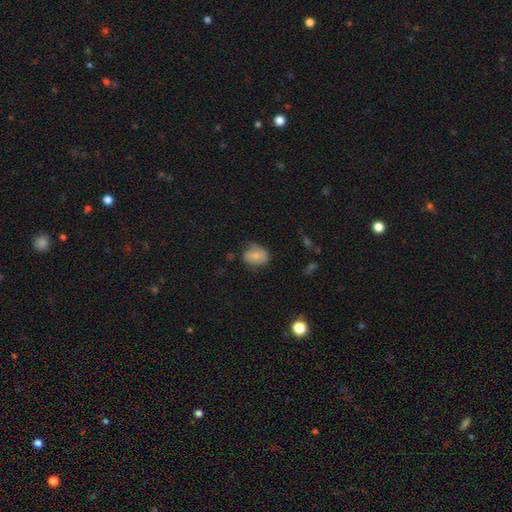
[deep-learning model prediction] smooth_or_featured: smooth (p=0.65) [alt: featured or disk p=0.27]
how_rounded: in between (p=0.65) [alt: round p=0.34]
merging: none (p=0.44) [alt: minor disturbance p=0.35]